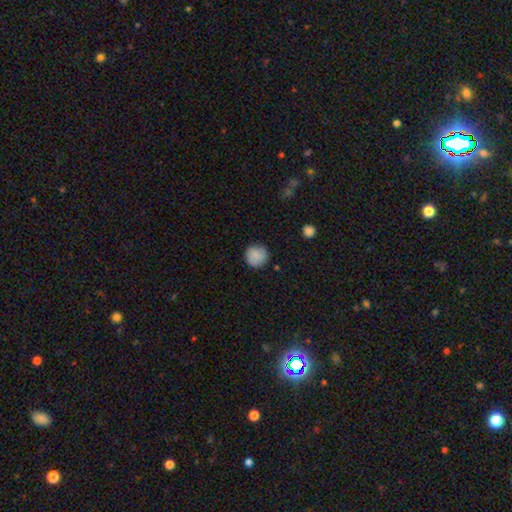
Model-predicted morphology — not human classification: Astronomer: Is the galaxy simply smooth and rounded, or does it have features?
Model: smooth — 87%.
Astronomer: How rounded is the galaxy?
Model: round — 94%.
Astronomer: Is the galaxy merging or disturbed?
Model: none — 86%.